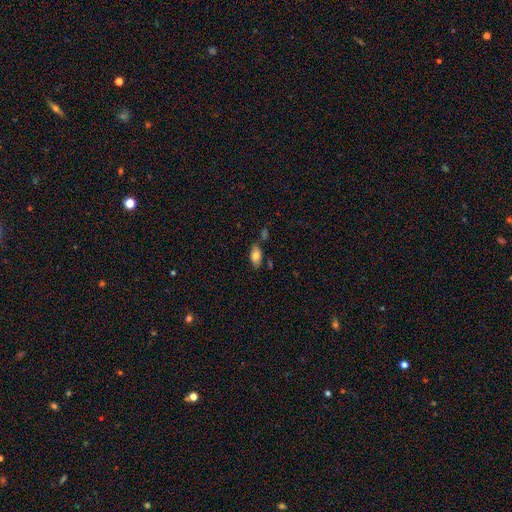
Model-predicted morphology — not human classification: Smooth or featured: smooth — 78% (featured or disk — 14%)
How rounded: in between — 91% (cigar-shaped — 5%)
Merging: none — 71% (minor disturbance — 15%)